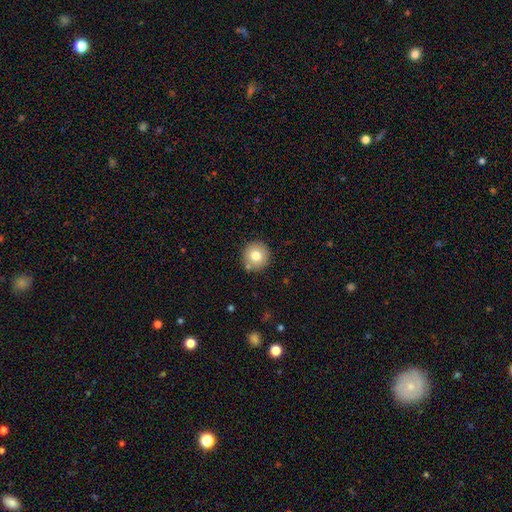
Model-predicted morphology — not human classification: The model was most divided on "smooth or featured": smooth: 76%, featured or disk: 14%, star or artifact: 10%. More confident: how rounded — round (94%); merging — none (86%).